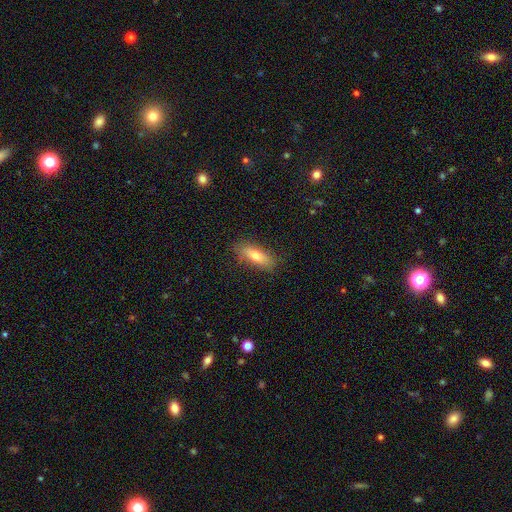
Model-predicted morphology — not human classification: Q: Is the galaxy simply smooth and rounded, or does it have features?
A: smooth — 71%.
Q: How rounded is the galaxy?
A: in between — 56%.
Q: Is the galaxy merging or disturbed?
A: none — 84%.